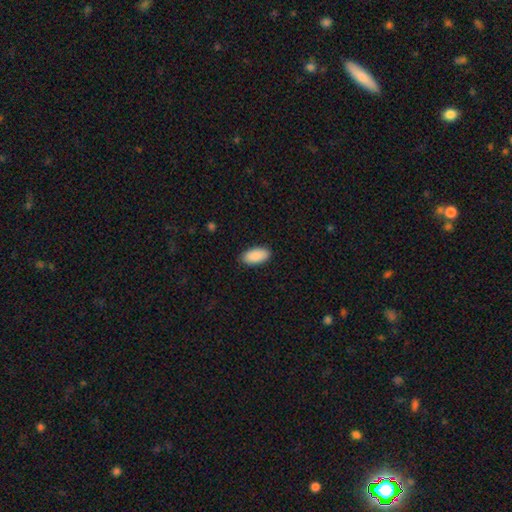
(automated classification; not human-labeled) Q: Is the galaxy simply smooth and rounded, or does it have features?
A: smooth — 91%.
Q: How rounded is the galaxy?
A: in between — 94%.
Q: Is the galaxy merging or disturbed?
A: none — 89%.